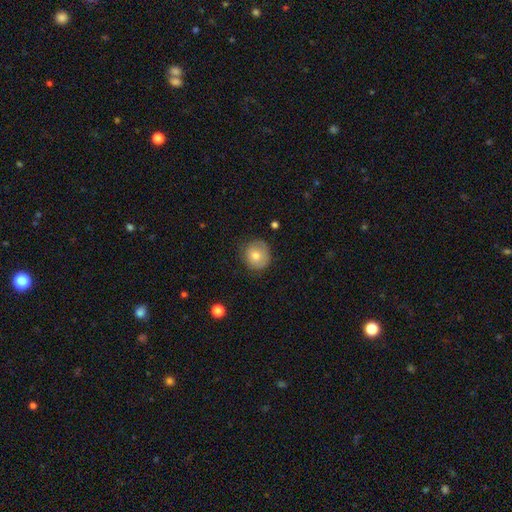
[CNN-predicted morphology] A smooth galaxy with no disk features (72%) that is round (86%). Merging: none (75%).